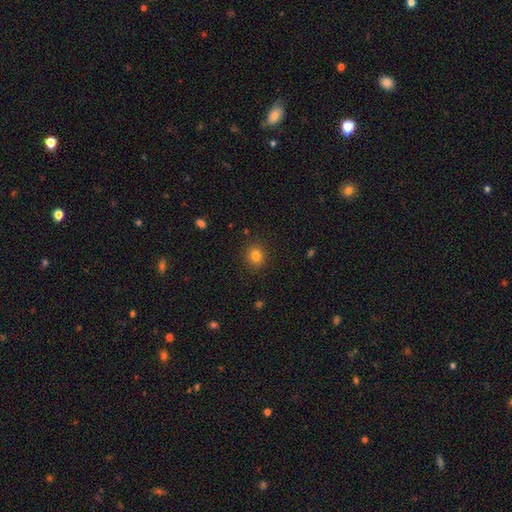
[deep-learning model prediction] This appears to be a smooth galaxy with no disk features (81%) that is round (80%). Merging: none (89%).